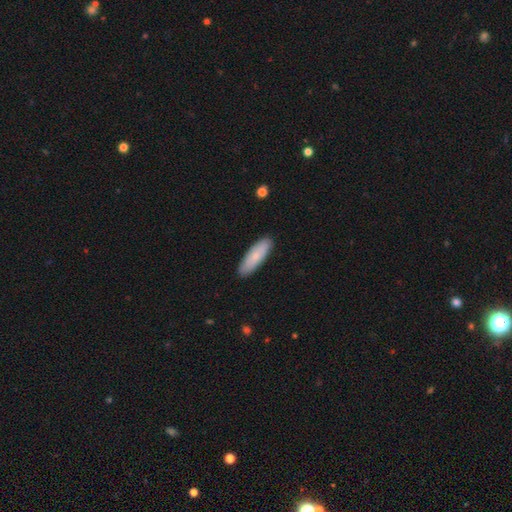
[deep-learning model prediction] Q: Smooth or featured?
A: smooth (77%); runner-up: featured or disk (17%)
Q: How rounded?
A: cigar-shaped (49%); tied with: in between (49%)
Q: Merging?
A: none (89%); runner-up: minor disturbance (9%)